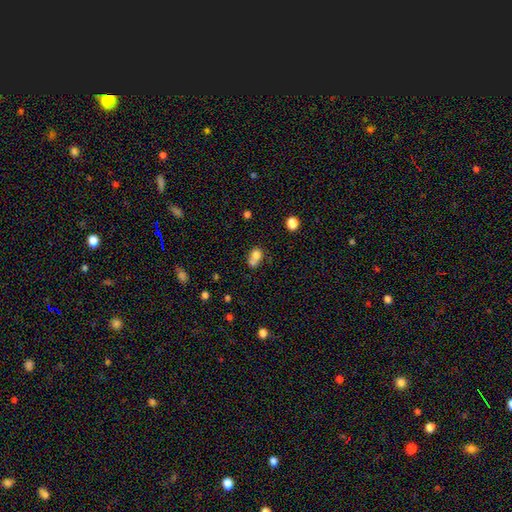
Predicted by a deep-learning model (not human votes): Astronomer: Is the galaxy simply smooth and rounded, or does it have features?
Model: smooth — 73%.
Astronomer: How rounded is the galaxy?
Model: round — 52% (runner-up: in between, 47%).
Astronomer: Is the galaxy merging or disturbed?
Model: merger — 53% (runner-up: none, 29%).